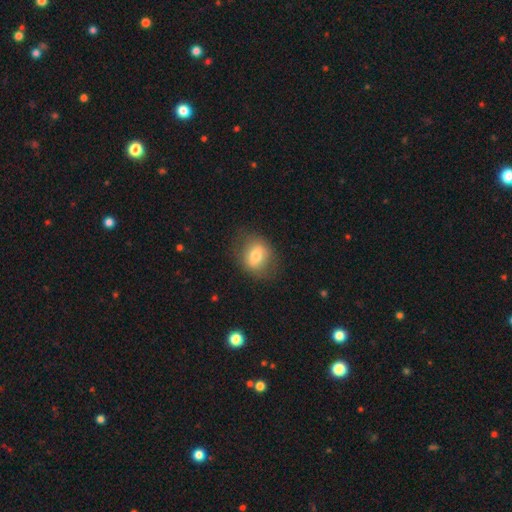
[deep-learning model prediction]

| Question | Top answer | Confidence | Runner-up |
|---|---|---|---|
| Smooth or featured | smooth | 65% | featured or disk (27%) |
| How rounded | in between | 53% | round (45%) |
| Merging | none | 75% | minor disturbance (17%) |